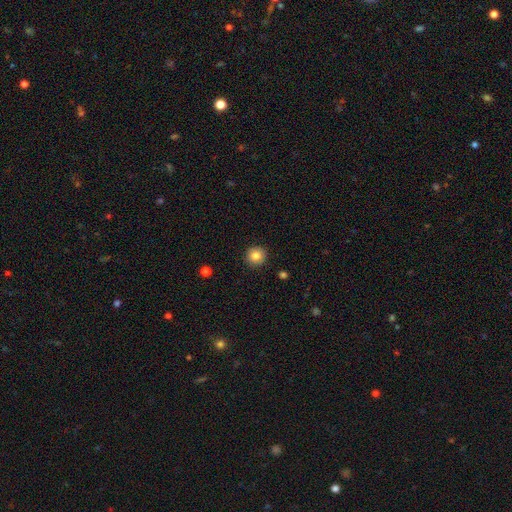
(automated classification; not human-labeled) Overall: smooth (83%). How rounded: round (93%). Merging: none (92%).